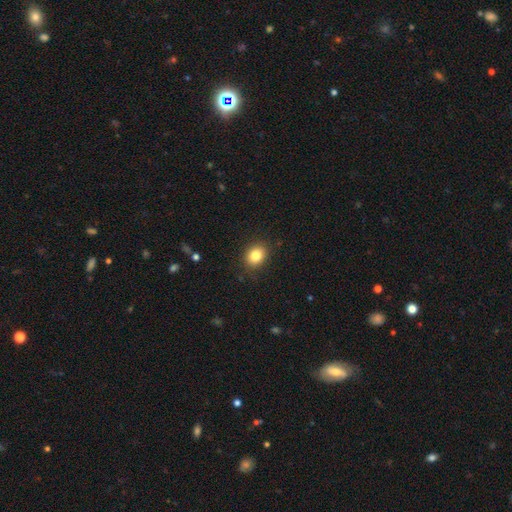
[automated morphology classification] A smooth galaxy with no disk features (83%) that is round (52%).

Vote fractions:
- Smooth or featured? smooth: 83% / star or artifact: 10% / featured or disk: 7%
- How rounded? round: 52% / in between: 47% / cigar-shaped: 1%
- Merging? none: 87% / minor disturbance: 10% / major disturbance: 3% / merger: 1%